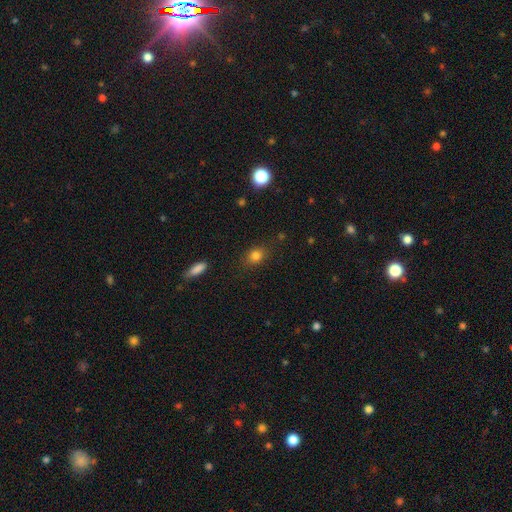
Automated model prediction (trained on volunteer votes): Smooth or featured? smooth (81%)
How rounded? in between (53%)
Merging? none (82%)